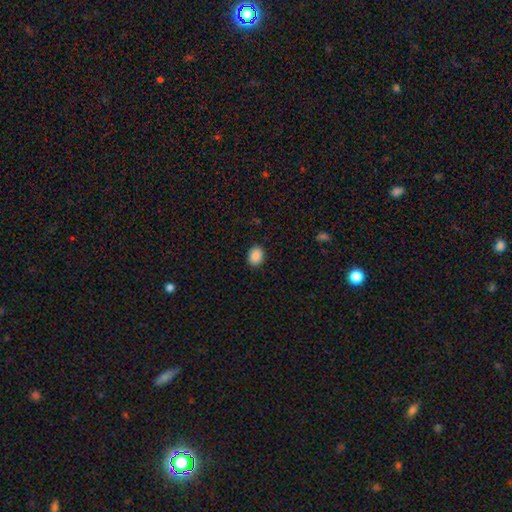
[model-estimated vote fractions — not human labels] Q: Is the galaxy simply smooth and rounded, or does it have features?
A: smooth — 89%.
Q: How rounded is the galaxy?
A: in between — 58%.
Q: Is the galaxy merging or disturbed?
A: none — 90%.